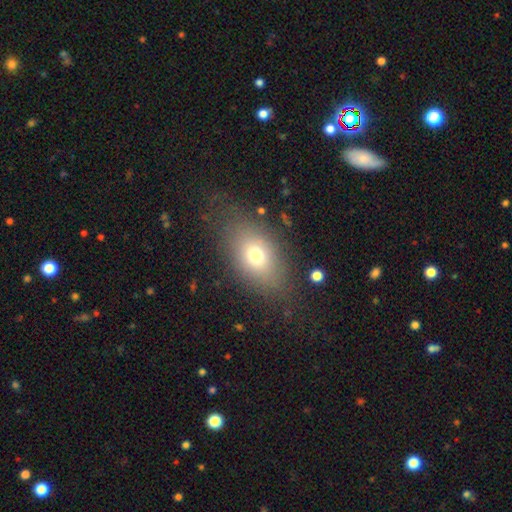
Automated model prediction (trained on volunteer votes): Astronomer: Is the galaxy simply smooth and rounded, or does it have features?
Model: smooth — 70%.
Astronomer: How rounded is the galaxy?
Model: in between — 79%.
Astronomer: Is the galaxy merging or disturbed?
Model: none — 74%.